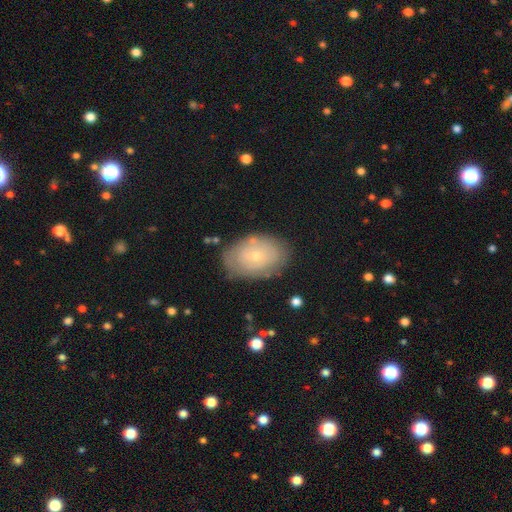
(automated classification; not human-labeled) smooth-or-featured: featured or disk: 49% | smooth: 44% | star or artifact: 8%
  merging: none: 74% | minor disturbance: 19% | major disturbance: 5% | merger: 2%